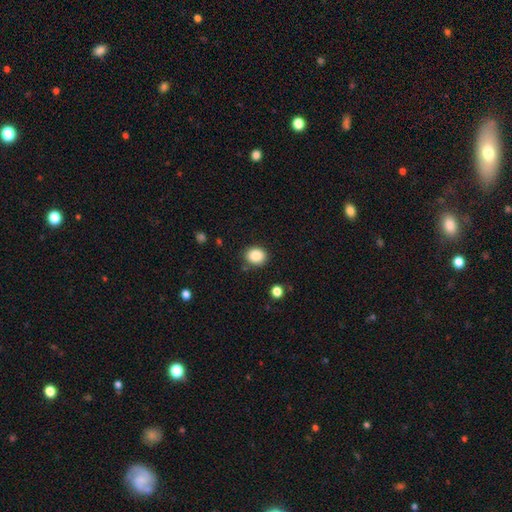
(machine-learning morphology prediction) Smooth or featured: smooth — 87% (star or artifact — 9%)
How rounded: round — 67% (in between — 32%)
Merging: none — 86% (minor disturbance — 9%)